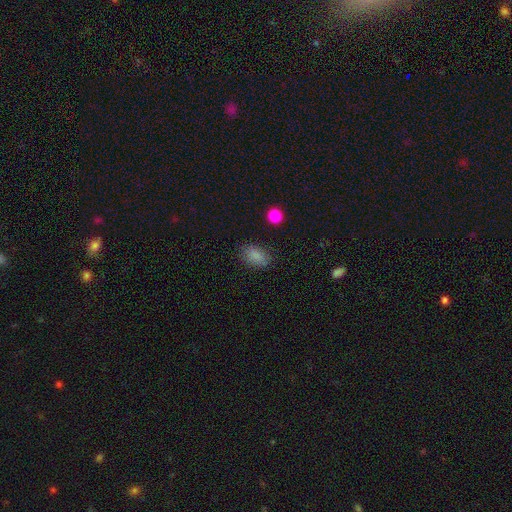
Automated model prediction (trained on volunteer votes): Smooth or featured: smooth — 84% (star or artifact — 11%)
How rounded: in between — 85% (round — 13%)
Merging: none — 76% (minor disturbance — 17%)